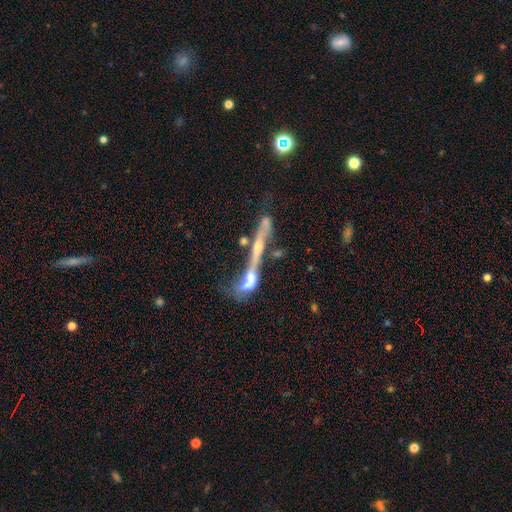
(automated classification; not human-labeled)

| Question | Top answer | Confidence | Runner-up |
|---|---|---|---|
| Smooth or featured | featured or disk | 50% | smooth (31%) |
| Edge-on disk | yes | 66% | no (34%) |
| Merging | merger | 44% | none (33%) |